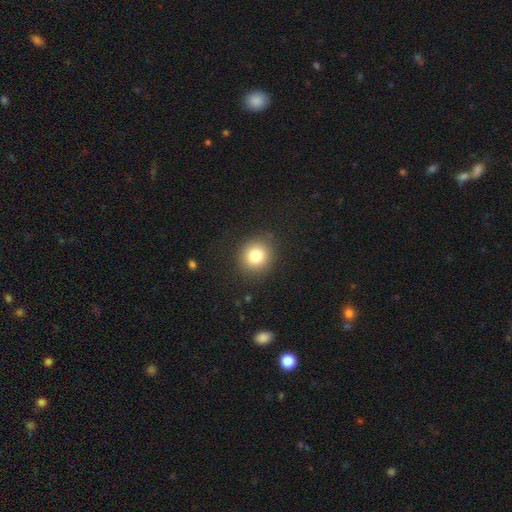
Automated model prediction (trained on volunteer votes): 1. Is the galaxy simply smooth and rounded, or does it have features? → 79% smooth, 12% star or artifact, 9% featured or disk.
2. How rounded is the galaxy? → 86% round, 13% in between, 1% cigar-shaped.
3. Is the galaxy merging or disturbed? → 88% none, 8% minor disturbance, 3% major disturbance, 1% merger.